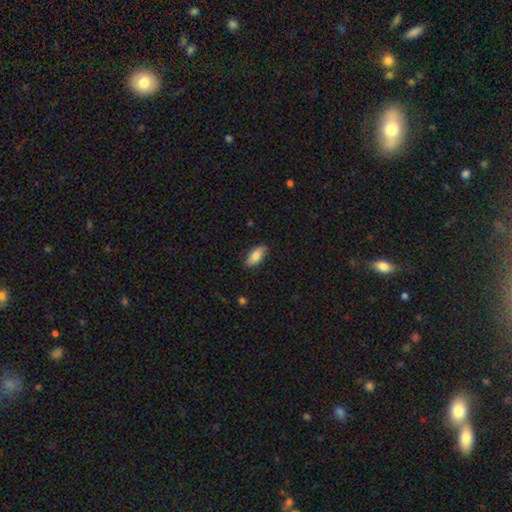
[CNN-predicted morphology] Smooth or featured: smooth — 81% (featured or disk — 12%)
How rounded: in between — 88% (cigar-shaped — 10%)
Merging: none — 83% (minor disturbance — 13%)